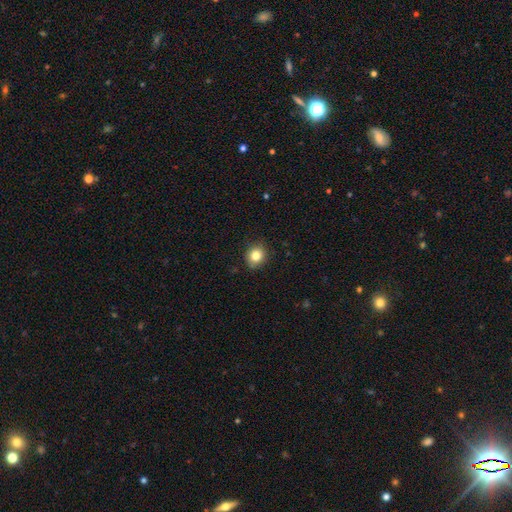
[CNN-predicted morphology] smooth 82%, star or artifact 11%, featured or disk 7%. Down the decision tree: how rounded — round (79%); merging — none (86%).